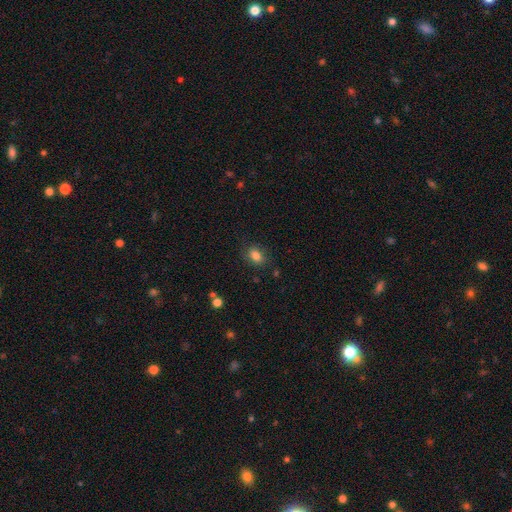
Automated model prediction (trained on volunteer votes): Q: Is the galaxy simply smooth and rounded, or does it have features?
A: smooth — 83%.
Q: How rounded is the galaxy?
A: in between — 73%.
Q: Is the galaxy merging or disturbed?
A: none — 83%.